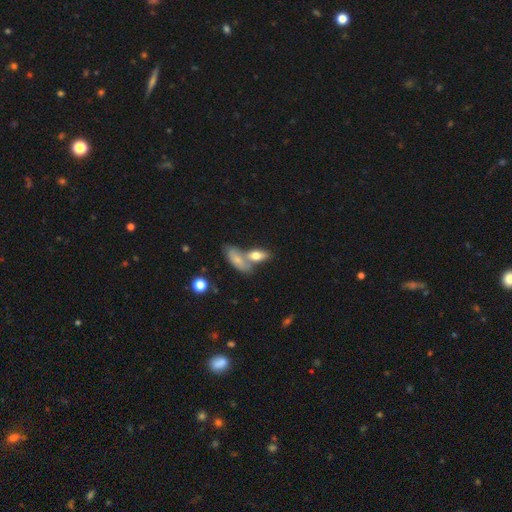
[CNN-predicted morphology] This appears to be a smooth galaxy with no disk features (74%) that is in between round and cigar-shaped (79%). Merging: merger (45%).